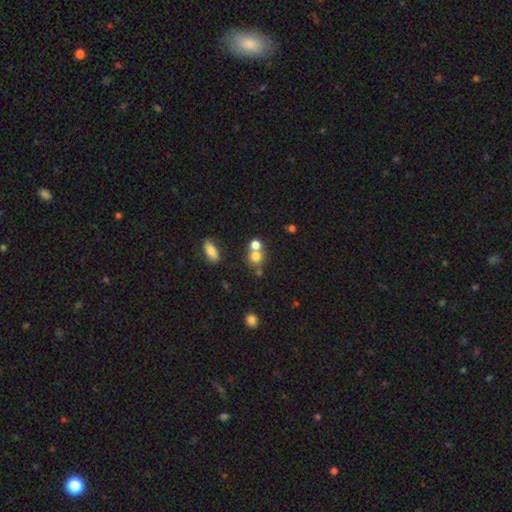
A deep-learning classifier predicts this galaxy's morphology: smooth-or-featured: smooth: 74% | star or artifact: 14% | featured or disk: 12%
  how-rounded: round: 79% | in between: 20% | cigar-shaped: 2%
  merging: merger: 44% (tied) | none: 44% (tied) | minor disturbance: 8% | major disturbance: 4%